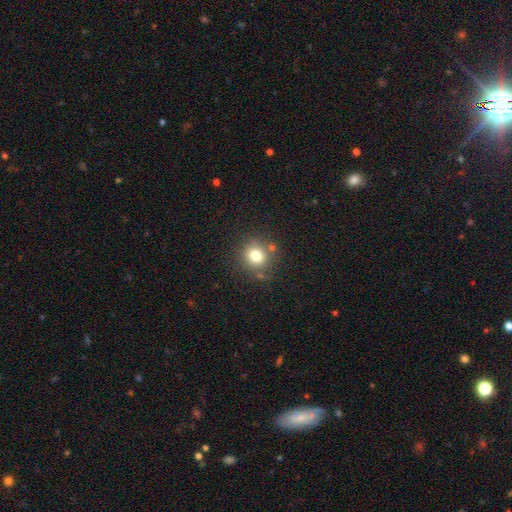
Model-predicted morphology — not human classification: Smooth or featured? smooth (77%)
How rounded? round (82%)
Merging? none (74%)